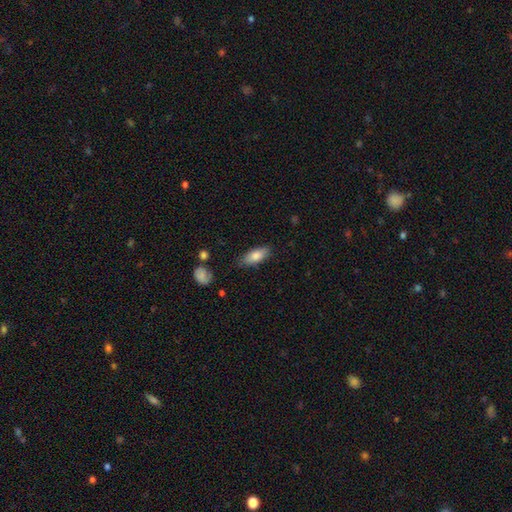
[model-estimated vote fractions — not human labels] Overall: smooth (79%). How rounded: in between (78%). Merging: none (80%).